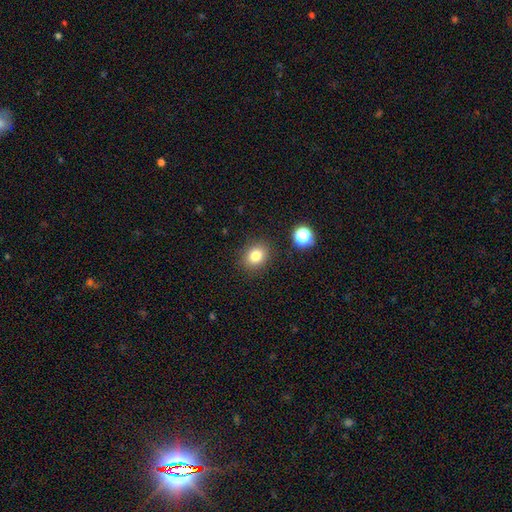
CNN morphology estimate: smooth_or_featured: smooth (p=0.81) [alt: star or artifact p=0.12]
how_rounded: round (p=0.63) [alt: in between p=0.37]
merging: none (p=0.86) [alt: minor disturbance p=0.09]